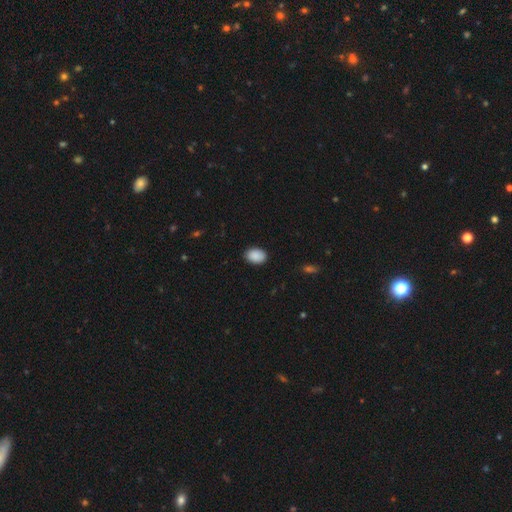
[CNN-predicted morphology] smooth 90%, star or artifact 7%, featured or disk 3%. Down the decision tree: how rounded — in between (81%); merging — none (88%).